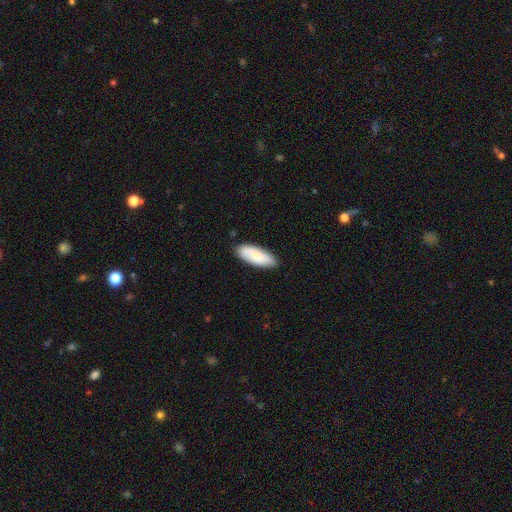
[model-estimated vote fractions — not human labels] smooth 83%, featured or disk 12%, star or artifact 5%. Down the decision tree: how rounded — in between (72%); merging — none (84%).